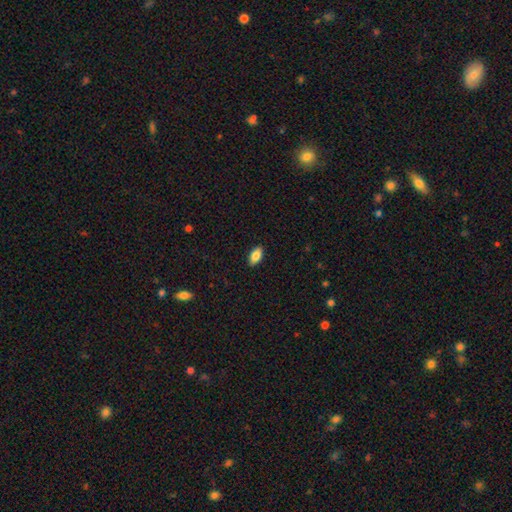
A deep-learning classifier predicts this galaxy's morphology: Smooth or featured: smooth — 85% (featured or disk — 8%)
How rounded: in between — 92% (cigar-shaped — 5%)
Merging: none — 90% (minor disturbance — 8%)